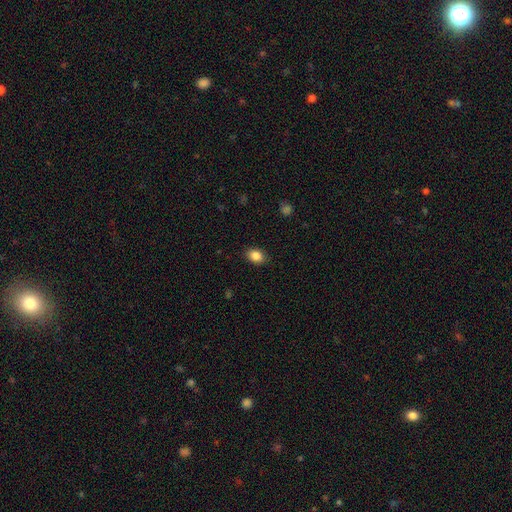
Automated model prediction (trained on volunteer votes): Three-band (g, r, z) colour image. It shows a smooth galaxy with no disk features (87%) that is in between round and cigar-shaped (72%). Merging: none (87%).